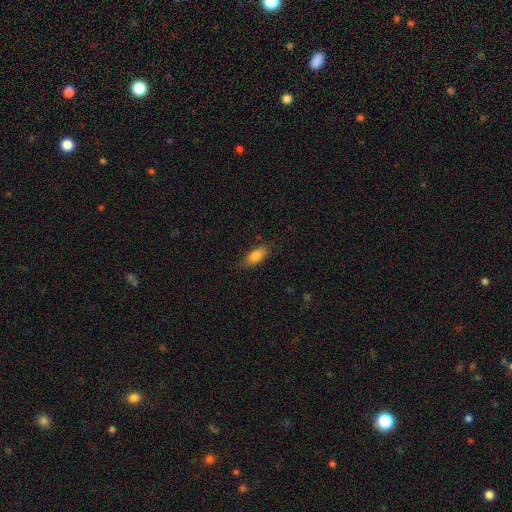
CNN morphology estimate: The model was most divided on "merging": none: 82%, minor disturbance: 14%, major disturbance: 3%, merger: 1%. More confident: how rounded — in between (85%); smooth or featured — smooth (83%).